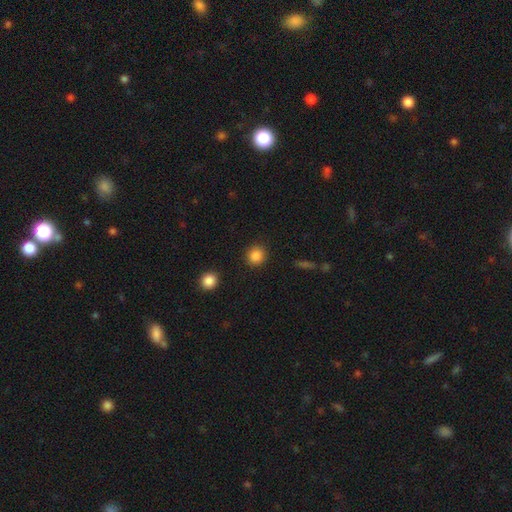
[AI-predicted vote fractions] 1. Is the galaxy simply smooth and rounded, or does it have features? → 87% smooth, 10% star or artifact, 3% featured or disk.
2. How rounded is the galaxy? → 90% round, 9% in between, 1% cigar-shaped.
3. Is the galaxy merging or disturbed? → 90% none, 6% minor disturbance, 2% major disturbance, 2% merger.